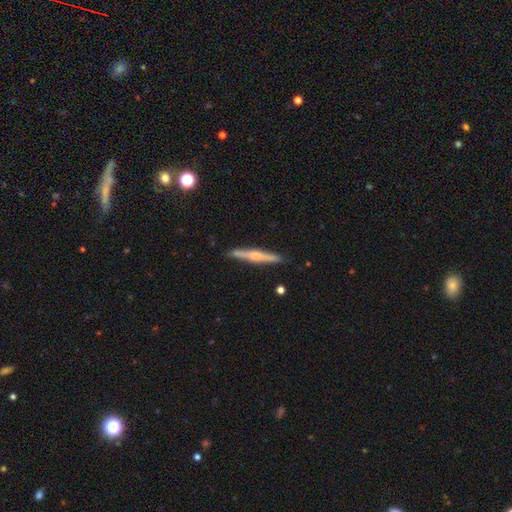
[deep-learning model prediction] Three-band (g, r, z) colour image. It shows a featured or disk galaxy (61%) viewed edge-on (98%) with a rounded central bulge (70%). Merging: none (89%).